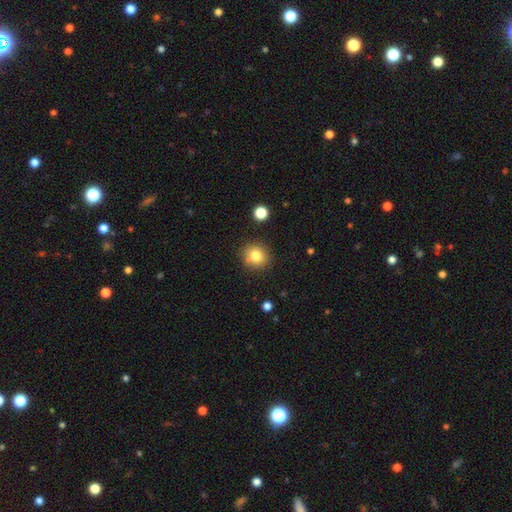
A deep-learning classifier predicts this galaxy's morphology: Smooth or featured? Predicted: smooth (p=0.81). How rounded? Predicted: round (p=0.85). Merging? Predicted: none (p=0.82).